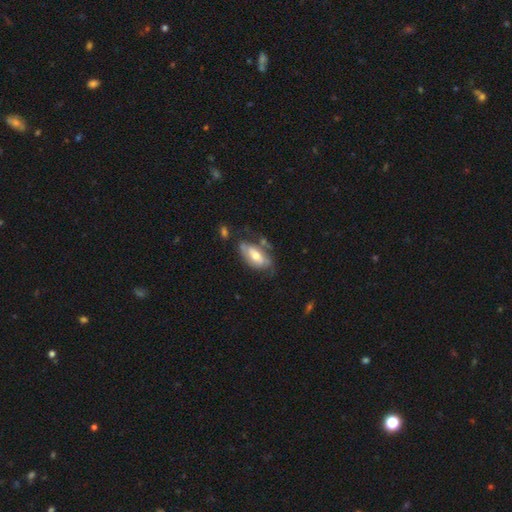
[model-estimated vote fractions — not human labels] A featured or disk galaxy (53%). Merging: none (50%).